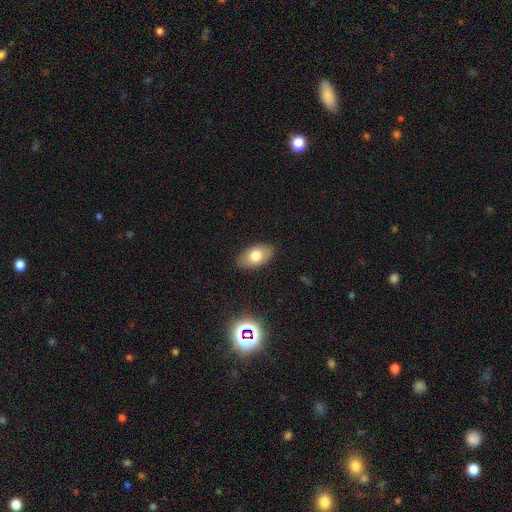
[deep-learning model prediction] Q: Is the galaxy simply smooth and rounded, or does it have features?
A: smooth — 73%.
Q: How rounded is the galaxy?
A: in between — 93%.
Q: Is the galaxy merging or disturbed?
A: none — 86%.